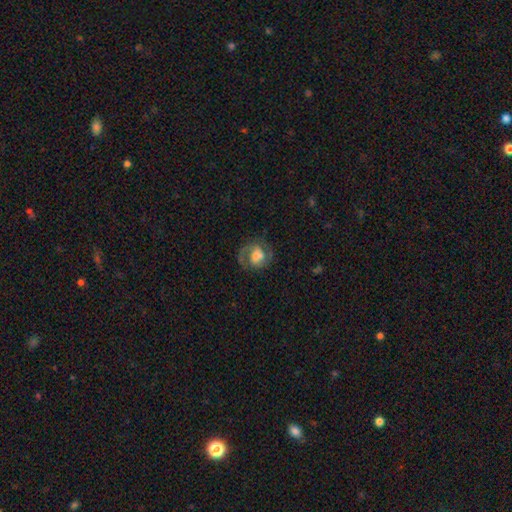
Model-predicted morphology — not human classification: Smooth or featured: featured or disk — 68% (smooth — 24%)
Edge-on disk: no — 98% (yes — 2%)
Bar: weak — 44% (no — 40%)
Spiral arms: yes — 87% (no — 13%)
Spiral winding: medium — 51% (tight — 27%)
Spiral arm count: 2 — 79% (1 — 9%)
Bulge size: moderate — 32% (large — 25%)
Merging: none — 64% (minor disturbance — 18%)